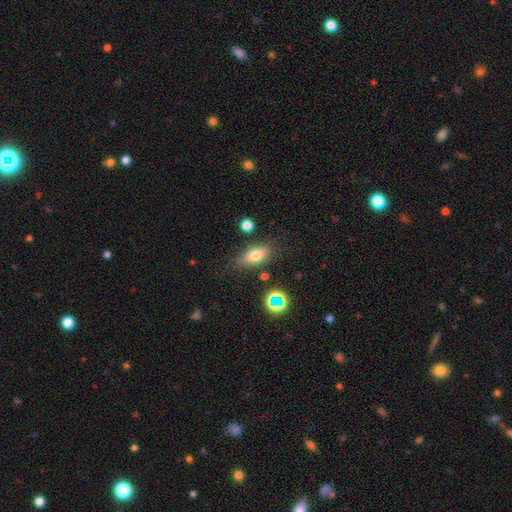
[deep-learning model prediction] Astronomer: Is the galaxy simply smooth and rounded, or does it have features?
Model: smooth — 72%.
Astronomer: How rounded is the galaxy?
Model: in between — 79%.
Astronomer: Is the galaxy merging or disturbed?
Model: none — 74%.